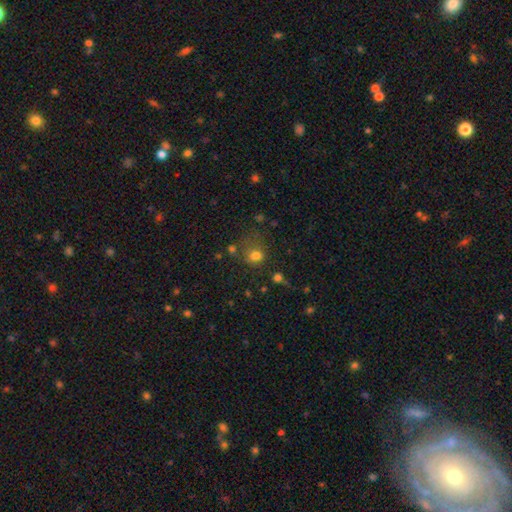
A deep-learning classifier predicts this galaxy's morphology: This is likely a smooth galaxy (74%). How rounded: likely round (61%). Merging: possibly none (49%).